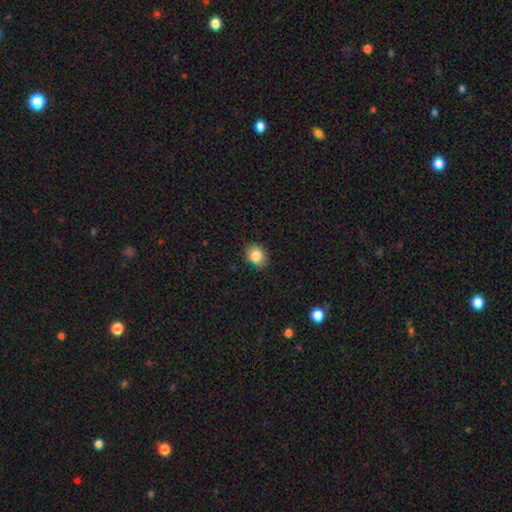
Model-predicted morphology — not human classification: Overall: smooth (83%). How rounded: in between (55%; round 44%). Merging: none (81%).